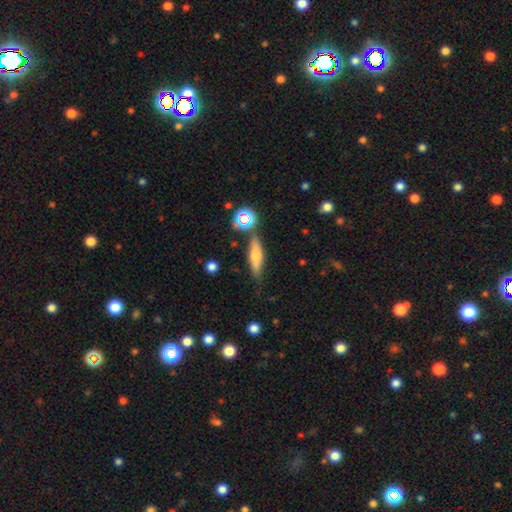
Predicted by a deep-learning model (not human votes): The model was most divided on "smooth or featured": smooth: 50%, featured or disk: 40%, star or artifact: 11%. More confident: merging — none (78%).